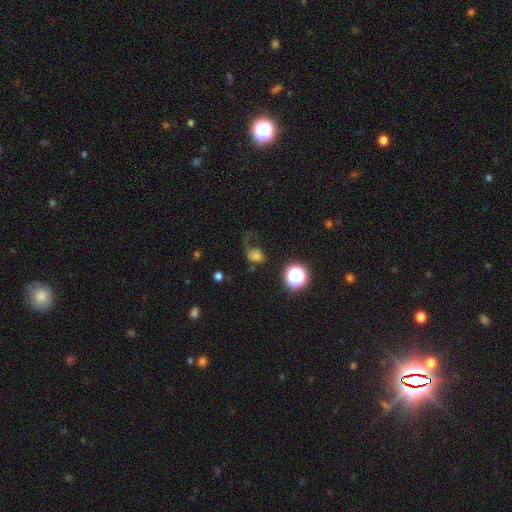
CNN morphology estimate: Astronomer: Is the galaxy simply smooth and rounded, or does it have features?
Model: smooth — 63%.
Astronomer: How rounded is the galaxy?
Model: round — 63%.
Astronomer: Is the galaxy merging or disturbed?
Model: major disturbance — 51%.